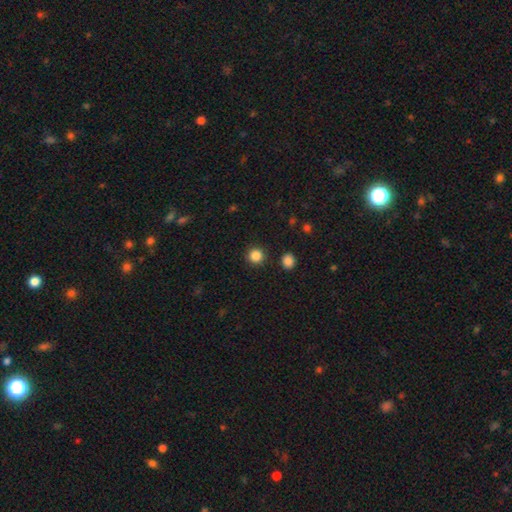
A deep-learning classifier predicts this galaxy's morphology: A smooth galaxy with no disk features (85%) that is round (94%). Merging: none (91%).